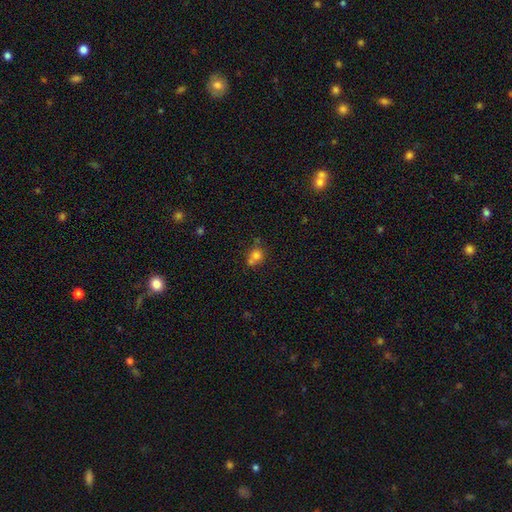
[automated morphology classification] Q: Smooth or featured?
A: smooth (74%); runner-up: star or artifact (13%)
Q: How rounded?
A: round (73%); runner-up: in between (26%)
Q: Merging?
A: none (44%); runner-up: merger (36%)